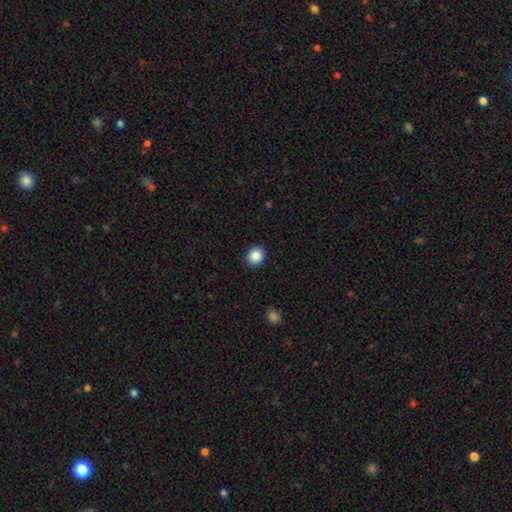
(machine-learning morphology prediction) Smooth or featured: smooth — 88% (star or artifact — 9%)
How rounded: round — 81% (in between — 18%)
Merging: none — 91% (minor disturbance — 6%)